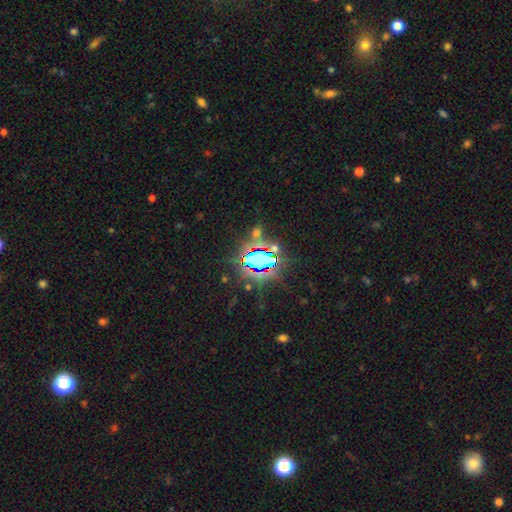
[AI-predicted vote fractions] star or artifact 84%, smooth 9%, featured or disk 7%.